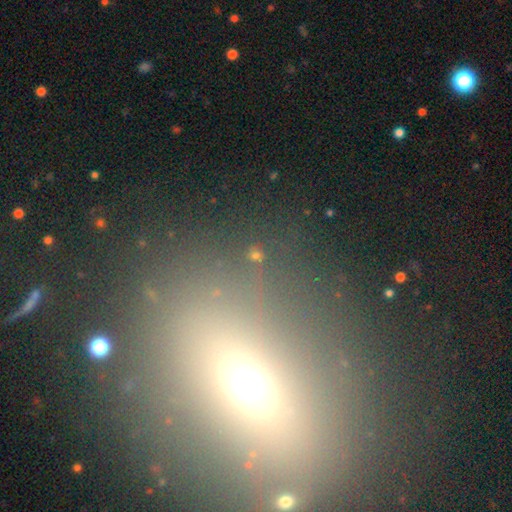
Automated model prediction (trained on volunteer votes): The model was most divided on "smooth or featured": smooth: 45%, star or artifact: 44%, featured or disk: 11%. More confident: merging — none (71%).